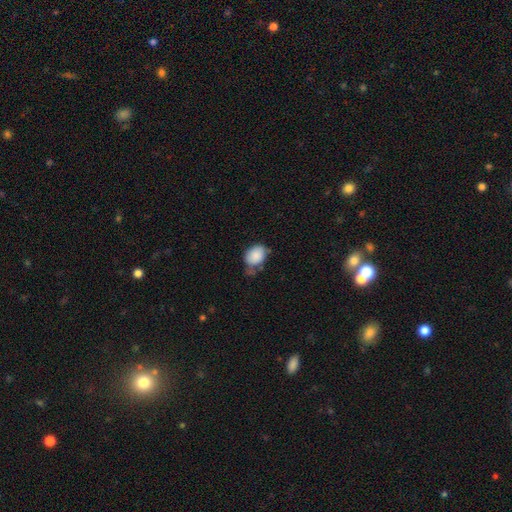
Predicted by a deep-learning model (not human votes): Smooth or featured: smooth — 86% (star or artifact — 7%)
How rounded: in between — 67% (round — 31%)
Merging: none — 43% (minor disturbance — 37%)